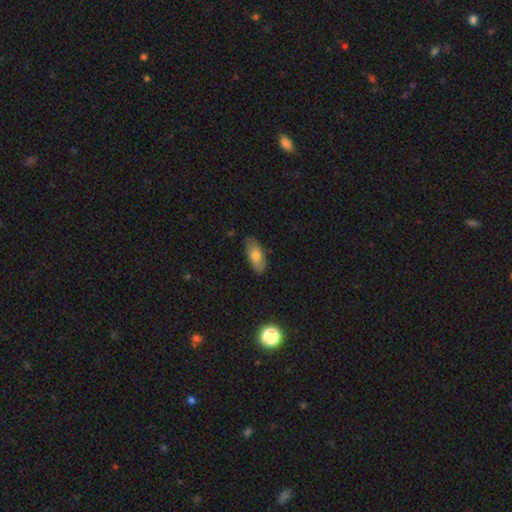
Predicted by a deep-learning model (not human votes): smooth-or-featured: smooth: 73% | featured or disk: 20% | star or artifact: 7%
  how-rounded: in between: 85% | cigar-shaped: 12% | round: 3%
  merging: none: 84% | minor disturbance: 13% | major disturbance: 2% | merger: 1%